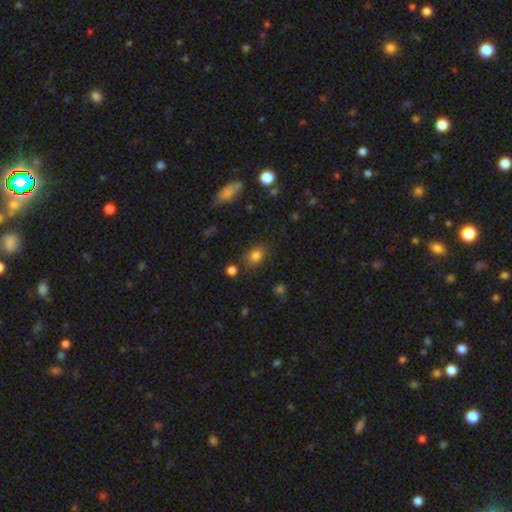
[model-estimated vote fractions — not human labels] Overall: smooth (80%). How rounded: in between (62%; round 37%). Merging: none (78%).